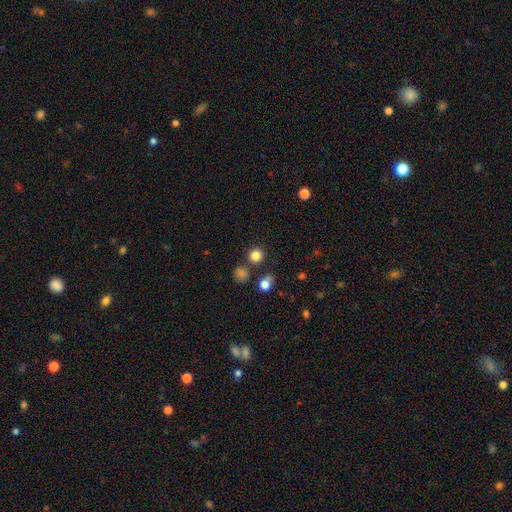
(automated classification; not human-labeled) Morphology: type=smooth (82%); roundness=round (92%); merging=none (81%).